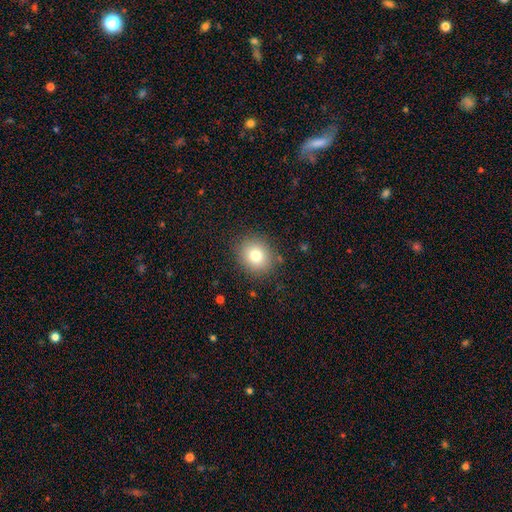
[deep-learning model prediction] Smooth or featured? Predicted: smooth (p=0.78). How rounded? Predicted: round (p=0.75). Merging? Predicted: none (p=0.86).